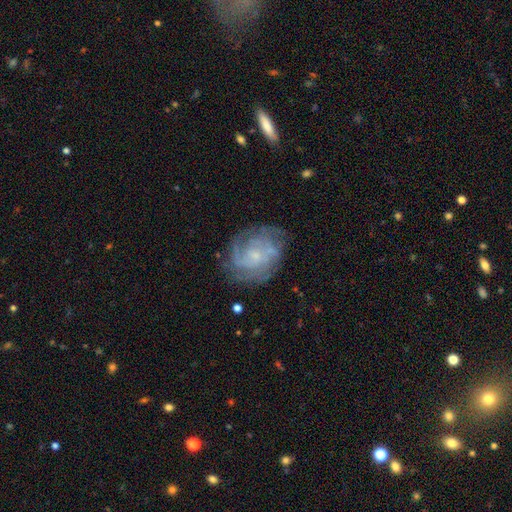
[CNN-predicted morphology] Smooth or featured? featured or disk (82%)
Edge-on disk? no (98%)
Bar? no (68%)
Spiral arms? yes (94%)
Spiral winding? tight (57%)
Spiral arm count? can't tell (31%)
Bulge size? small (71%)
Merging? none (72%)